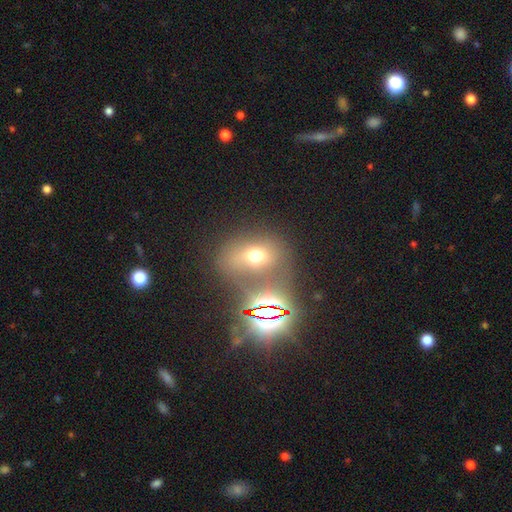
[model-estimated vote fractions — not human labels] Smooth or featured?
  - smooth: 56% *
  - star or artifact: 27%
  - featured or disk: 17%
How rounded?
  - round: 53% *
  - in between: 45%
  - cigar-shaped: 2%
Merging?
  - none: 54% *
  - merger: 21%
  - minor disturbance: 14%
  - major disturbance: 11%